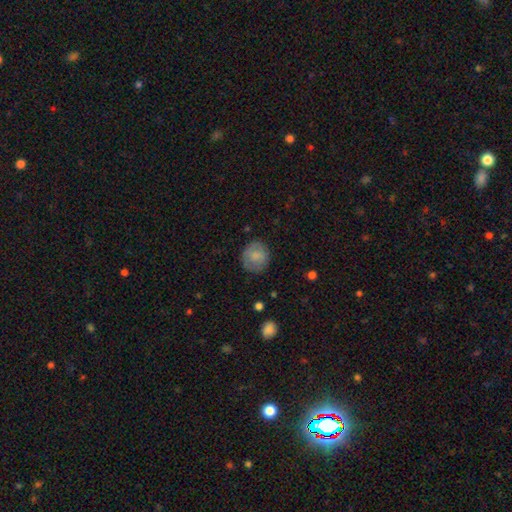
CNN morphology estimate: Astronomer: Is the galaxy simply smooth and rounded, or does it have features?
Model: smooth — 78%.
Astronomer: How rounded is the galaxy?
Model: round — 86%.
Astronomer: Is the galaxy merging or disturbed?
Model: none — 78%.